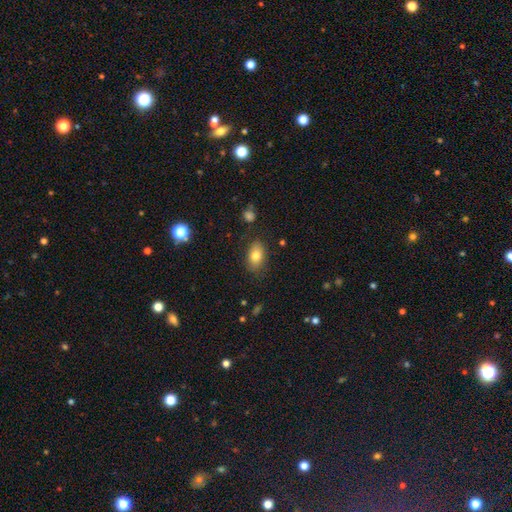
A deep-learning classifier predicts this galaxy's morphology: This is likely a smooth galaxy (78%). How rounded: clearly in between (87%). Merging: clearly none (81%).